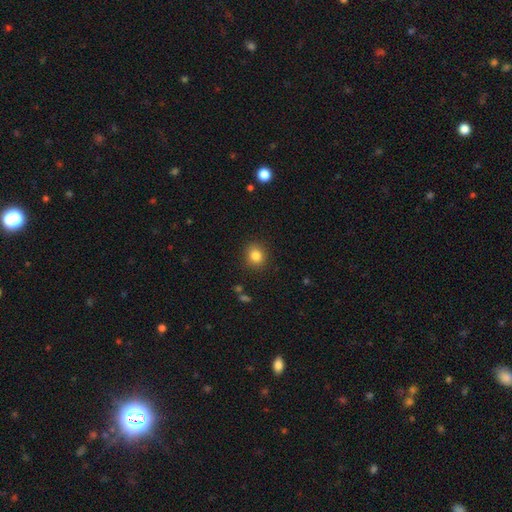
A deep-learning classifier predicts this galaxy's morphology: This is clearly a smooth galaxy (83%). How rounded: likely round (76%). Merging: clearly none (89%).